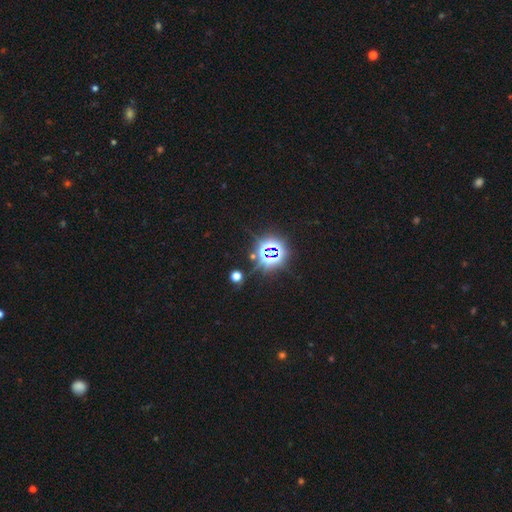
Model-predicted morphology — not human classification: Smooth or featured? star or artifact (78%)